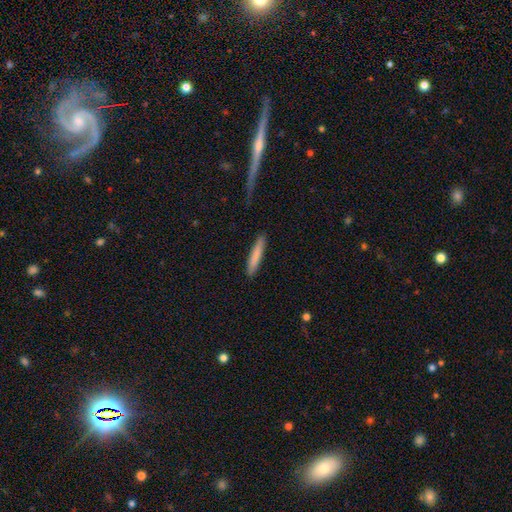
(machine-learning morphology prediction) The model was most divided on "smooth or featured": smooth: 81%, featured or disk: 13%, star or artifact: 6%. More confident: how rounded — cigar-shaped (92%); merging — none (88%).